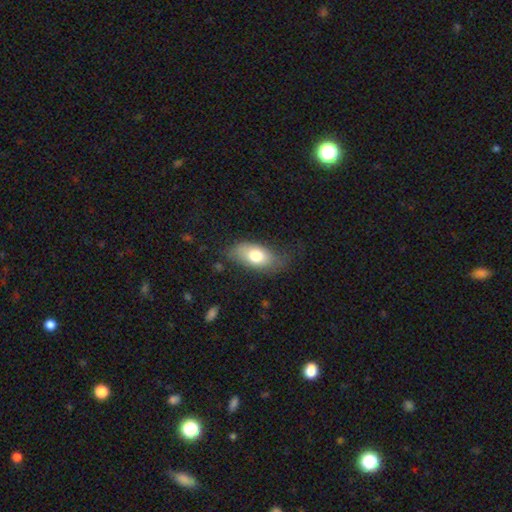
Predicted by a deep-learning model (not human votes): Q: Smooth or featured?
A: smooth (72%); runner-up: featured or disk (21%)
Q: How rounded?
A: in between (89%); runner-up: cigar-shaped (6%)
Q: Merging?
A: none (64%); runner-up: minor disturbance (25%)